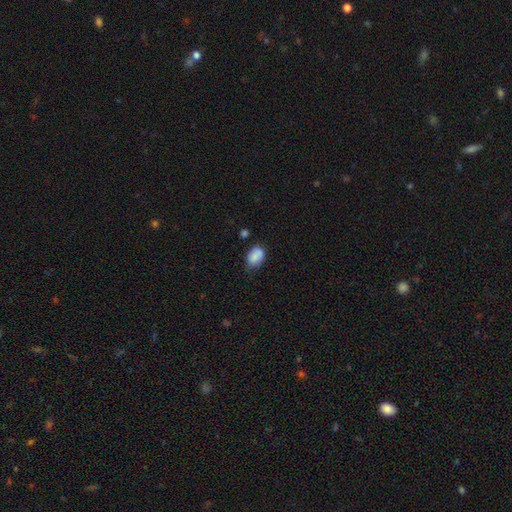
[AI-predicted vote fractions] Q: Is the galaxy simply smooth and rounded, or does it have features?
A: smooth — 85%.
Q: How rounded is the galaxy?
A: in between — 79%.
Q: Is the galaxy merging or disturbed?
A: none — 61%.